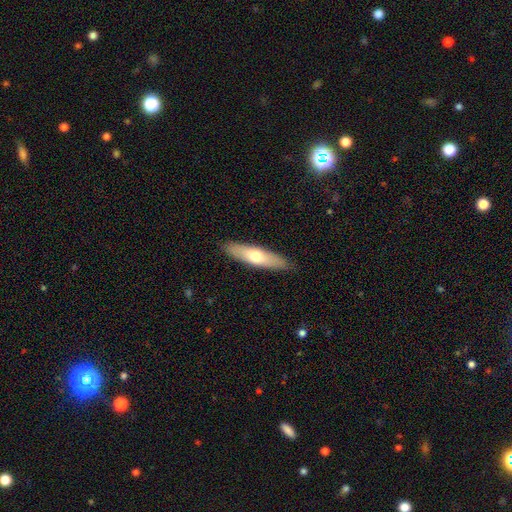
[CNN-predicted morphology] smooth 59%, featured or disk 35%, star or artifact 5%. Down the decision tree: how rounded — cigar-shaped (65%); merging — none (88%).